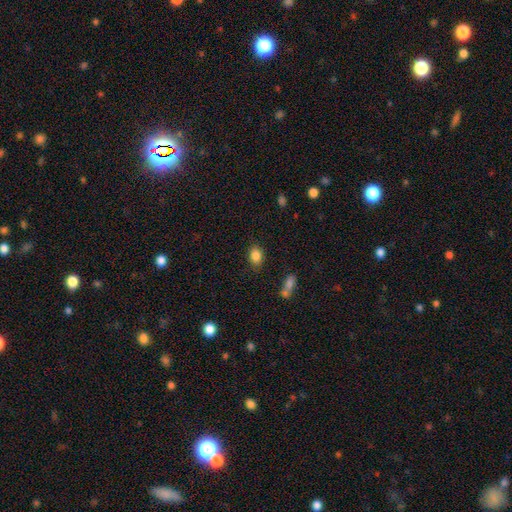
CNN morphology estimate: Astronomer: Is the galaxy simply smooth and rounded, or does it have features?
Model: smooth — 85%.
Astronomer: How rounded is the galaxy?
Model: in between — 76%.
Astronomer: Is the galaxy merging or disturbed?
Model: none — 81%.